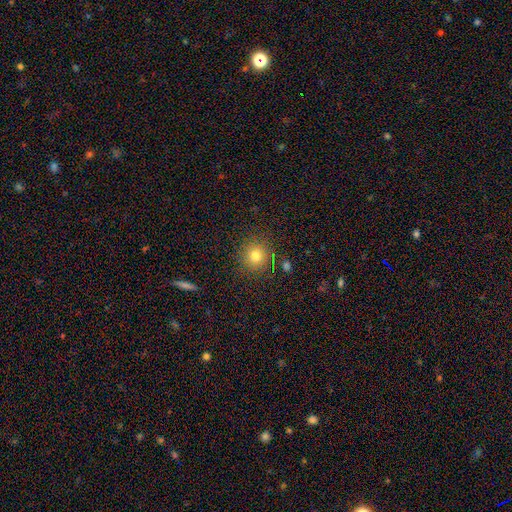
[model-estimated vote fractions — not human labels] This is likely a smooth galaxy (77%). How rounded: clearly round (92%). Merging: clearly none (88%).